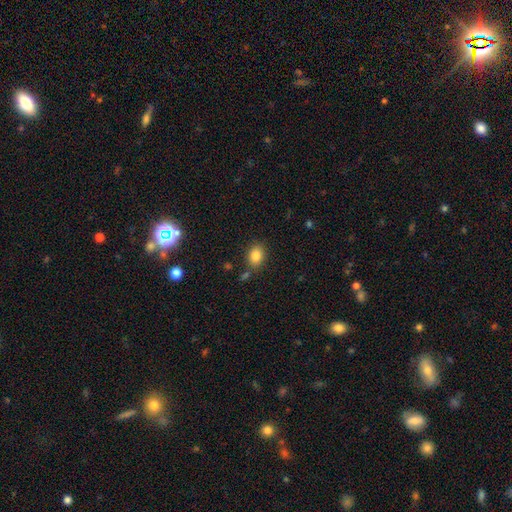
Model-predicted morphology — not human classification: A smooth galaxy with no disk features (84%) that is in between round and cigar-shaped (65%). Merging: none (80%).